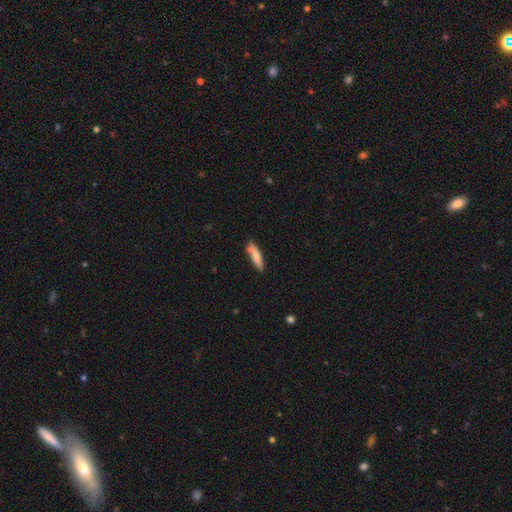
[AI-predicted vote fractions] Smooth or featured? smooth (80%)
How rounded? cigar-shaped (78%)
Merging? none (80%)